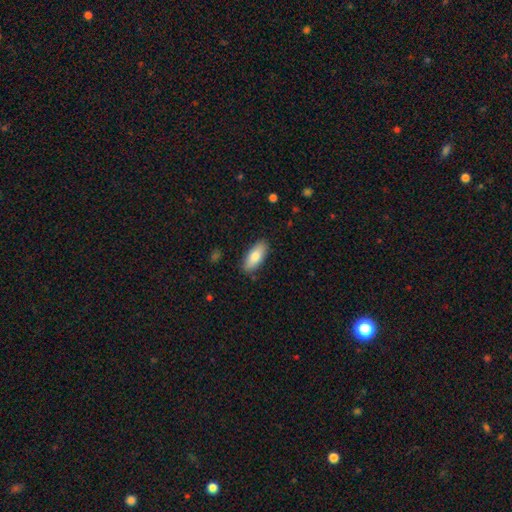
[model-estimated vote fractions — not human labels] This is clearly a smooth galaxy (84%). How rounded: clearly in between (83%). Merging: clearly none (87%).